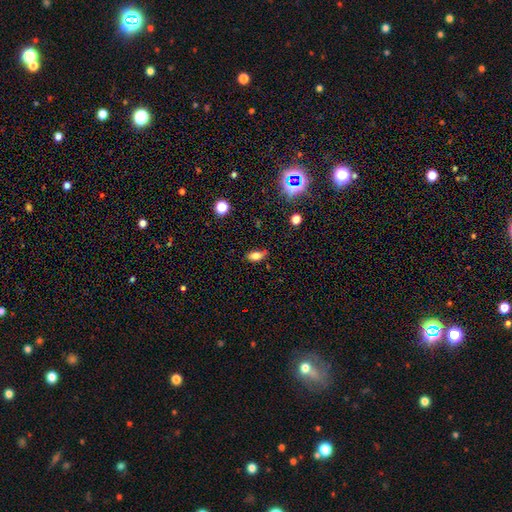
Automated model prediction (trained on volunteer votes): smooth 76%, star or artifact 13%, featured or disk 11%. Down the decision tree: how rounded — in between (85%); merging — none (68%).